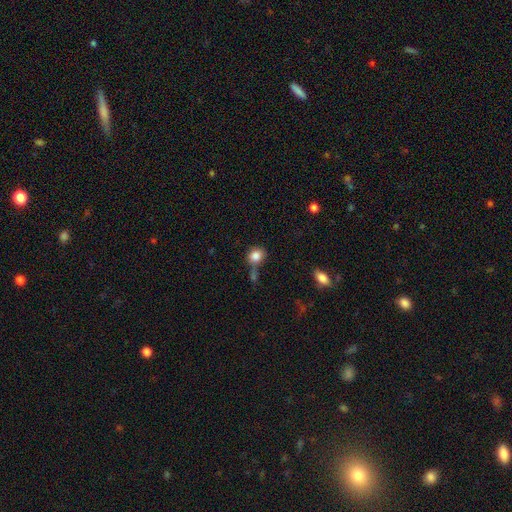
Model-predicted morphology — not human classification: Smooth or featured? Predicted: smooth (p=0.84). How rounded? Predicted: round (p=0.71). Merging? Predicted: none (p=0.52).